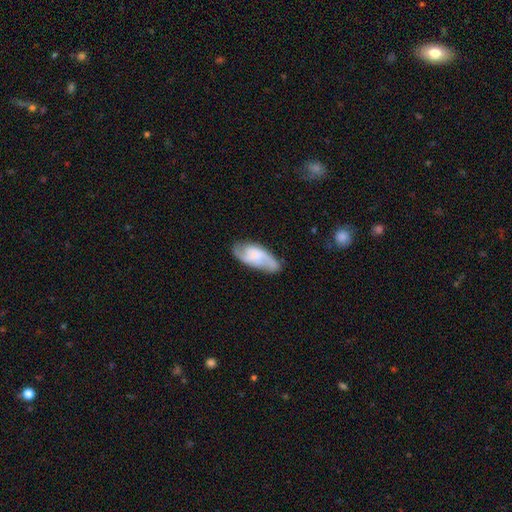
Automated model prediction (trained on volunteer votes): Smooth or featured: featured or disk — 58% (smooth — 35%)
Edge-on disk: no — 92% (yes — 8%)
Bar: no — 62% (weak — 30%)
Spiral arms: yes — 90% (no — 10%)
Bulge size: none — 41% (small — 25%)
Merging: none — 66% (minor disturbance — 23%)